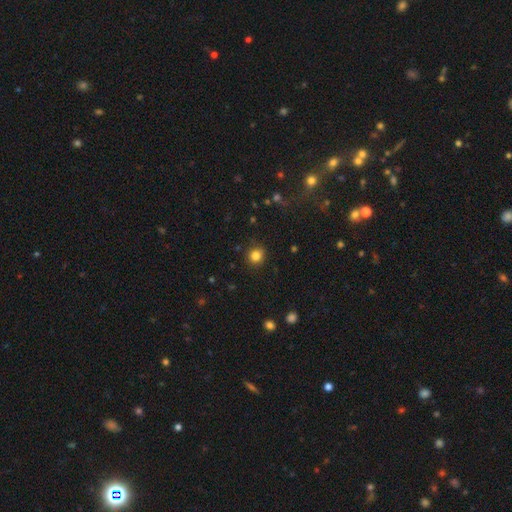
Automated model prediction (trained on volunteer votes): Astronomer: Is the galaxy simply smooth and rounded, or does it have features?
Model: smooth — 83%.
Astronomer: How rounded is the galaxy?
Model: round — 86%.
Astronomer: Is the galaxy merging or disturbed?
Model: none — 89%.